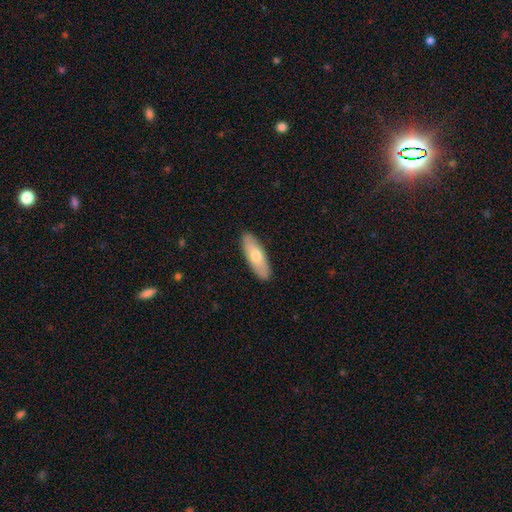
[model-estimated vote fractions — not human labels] smooth-or-featured: smooth: 68% | featured or disk: 27% | star or artifact: 5%
  how-rounded: in between: 61% | cigar-shaped: 36% | round: 2%
  merging: none: 90% | minor disturbance: 8% | major disturbance: 2% | merger: 1%